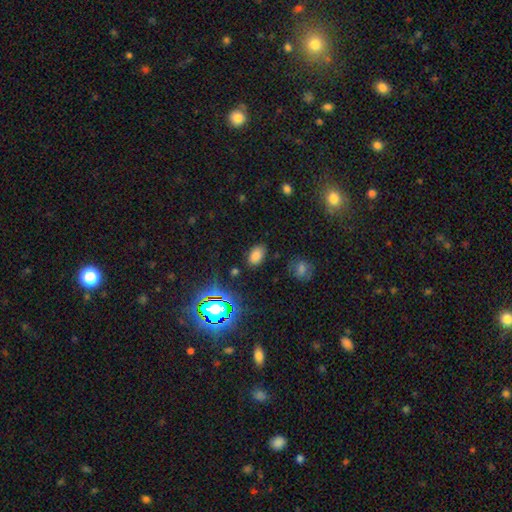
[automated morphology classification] Smooth or featured: smooth — 74% (star or artifact — 19%)
How rounded: in between — 87% (round — 11%)
Merging: none — 84% (minor disturbance — 10%)